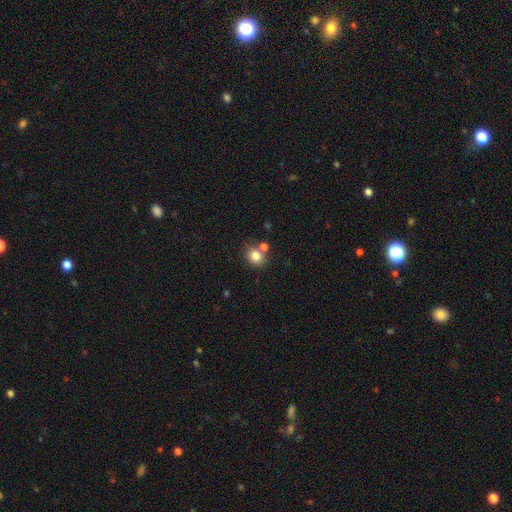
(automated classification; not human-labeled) Smooth or featured?
  - smooth: 81% *
  - star or artifact: 11%
  - featured or disk: 8%
How rounded?
  - round: 74% *
  - in between: 25%
  - cigar-shaped: 1%
Merging?
  - none: 63% *
  - merger: 22%
  - minor disturbance: 12%
  - major disturbance: 4%